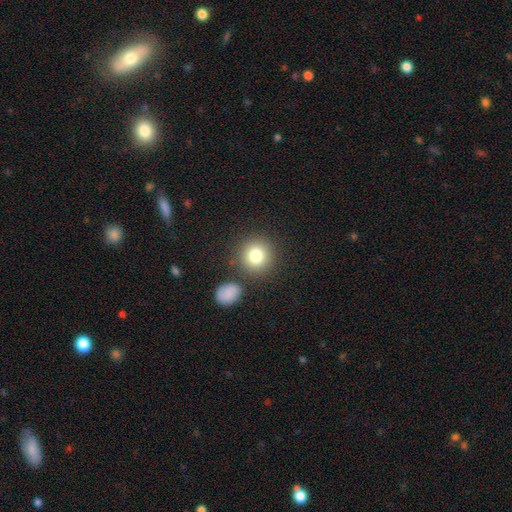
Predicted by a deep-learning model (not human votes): Morphology: type=smooth (81%); roundness=round (90%); merging=none (79%).